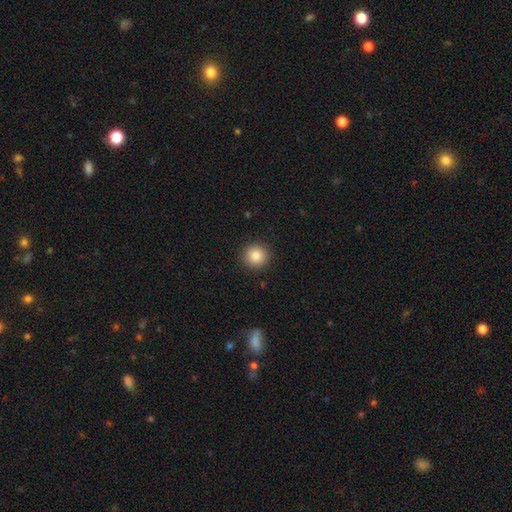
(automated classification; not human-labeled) smooth 85%, star or artifact 10%, featured or disk 5%. Down the decision tree: how rounded — round (94%); merging — none (92%).